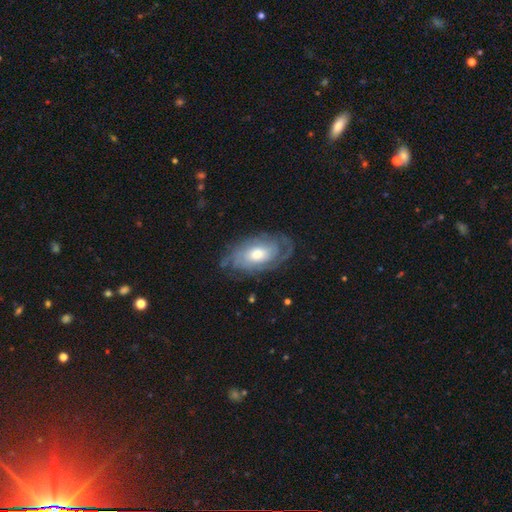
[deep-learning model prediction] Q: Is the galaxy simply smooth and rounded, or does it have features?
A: featured or disk — 77%.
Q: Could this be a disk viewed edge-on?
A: no — 94%.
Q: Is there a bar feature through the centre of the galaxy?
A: no — 73%.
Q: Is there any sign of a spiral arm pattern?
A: yes — 88%.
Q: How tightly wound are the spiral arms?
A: tight — 68%.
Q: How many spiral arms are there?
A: can't tell — 46%.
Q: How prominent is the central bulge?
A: moderate — 68%.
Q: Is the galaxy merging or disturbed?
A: none — 76%.